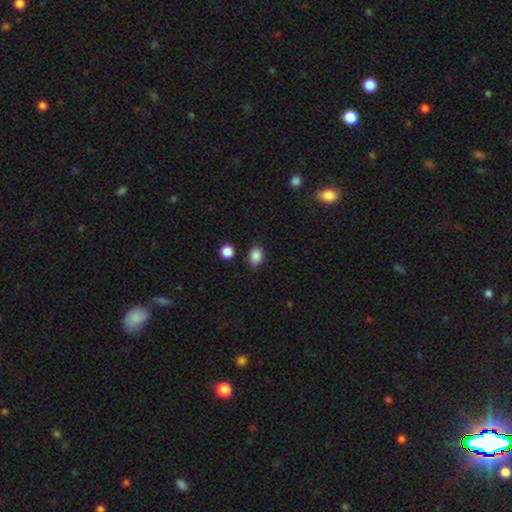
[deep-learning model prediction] smooth 87%, star or artifact 10%, featured or disk 4%. Down the decision tree: how rounded — in between (59%); merging — none (81%).